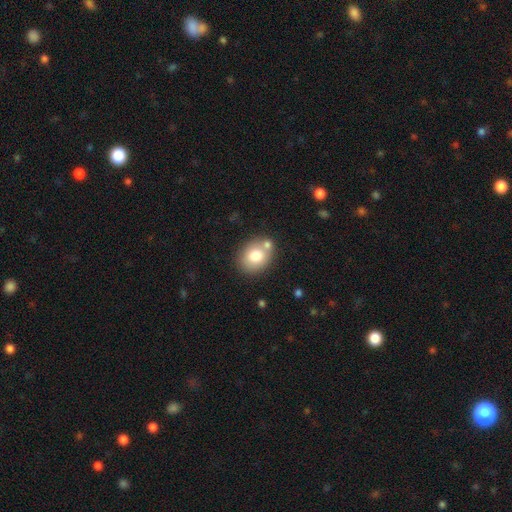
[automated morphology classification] A smooth galaxy with no disk features (77%) that is round (54%). Merging: none (64%).